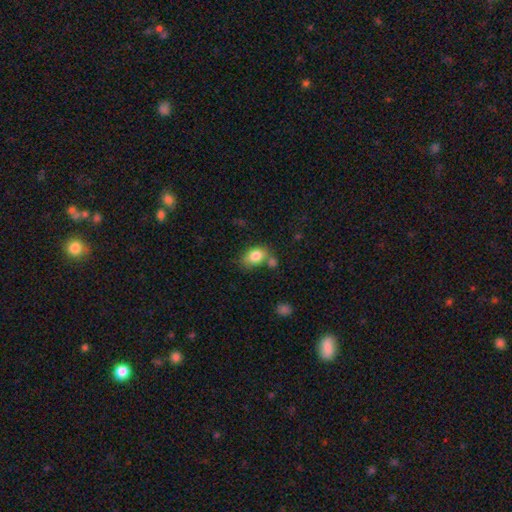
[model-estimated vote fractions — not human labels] smooth_or_featured: smooth (p=0.82) [alt: featured or disk p=0.10]
how_rounded: in between (p=0.79) [alt: round p=0.19]
merging: none (p=0.58) [alt: minor disturbance p=0.19]